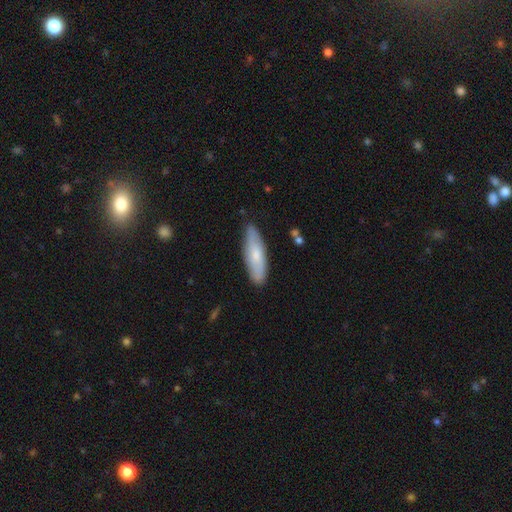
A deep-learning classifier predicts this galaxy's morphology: This appears to be a smooth galaxy with no disk features (67%) that is cigar-shaped (58%). Merging: none (84%).